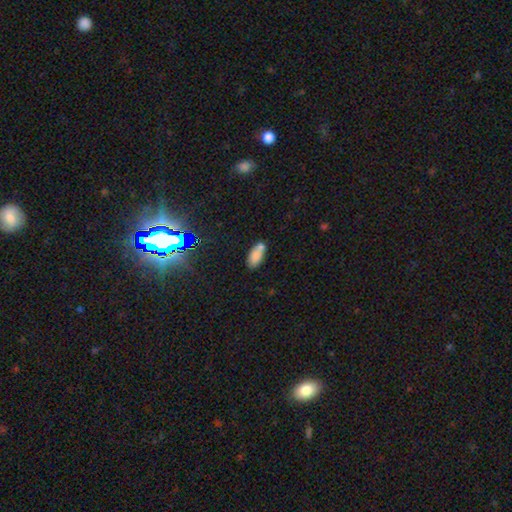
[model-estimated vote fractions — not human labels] smooth 79%, star or artifact 11%, featured or disk 10%. Down the decision tree: how rounded — in between (88%); merging — none (53%).